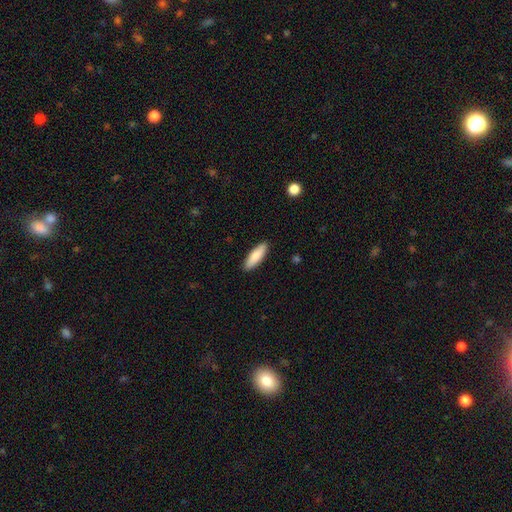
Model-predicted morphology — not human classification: Smooth or featured? smooth (83%)
How rounded? cigar-shaped (50%)
Merging? none (90%)